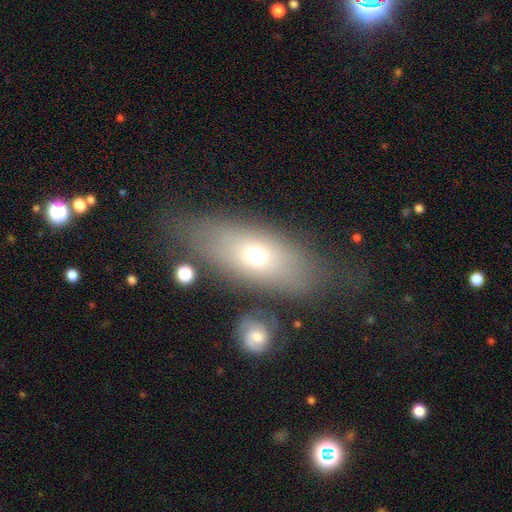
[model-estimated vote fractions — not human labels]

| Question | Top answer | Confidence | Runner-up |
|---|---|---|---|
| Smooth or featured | smooth | 62% | featured or disk (26%) |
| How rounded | in between | 73% | cigar-shaped (19%) |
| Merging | none | 69% | minor disturbance (16%) |